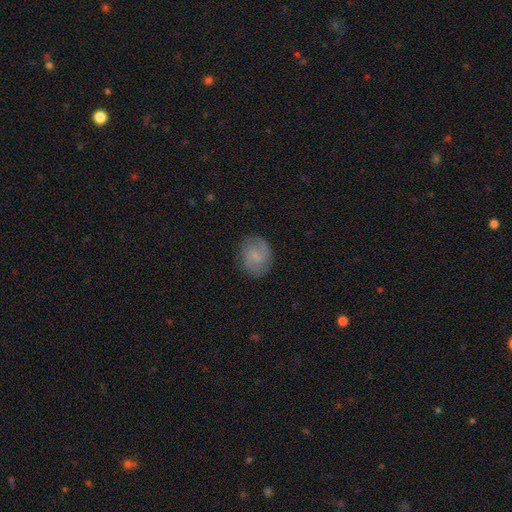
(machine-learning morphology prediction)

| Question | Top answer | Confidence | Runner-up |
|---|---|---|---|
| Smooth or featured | smooth | 60% | featured or disk (32%) |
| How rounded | round | 66% | in between (33%) |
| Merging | none | 82% | minor disturbance (13%) |